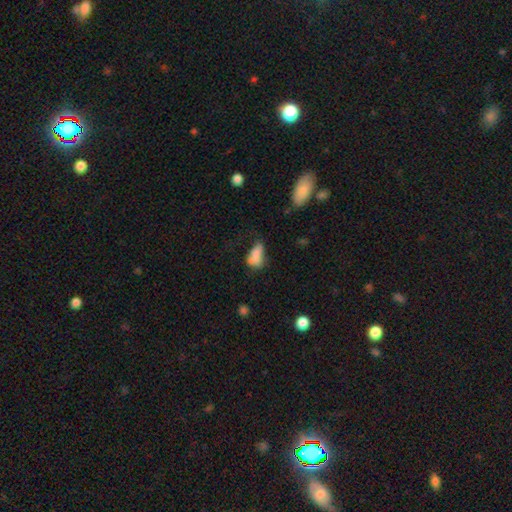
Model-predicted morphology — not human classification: type=smooth (72%); roundness=in between (84%); merging=none (30%).